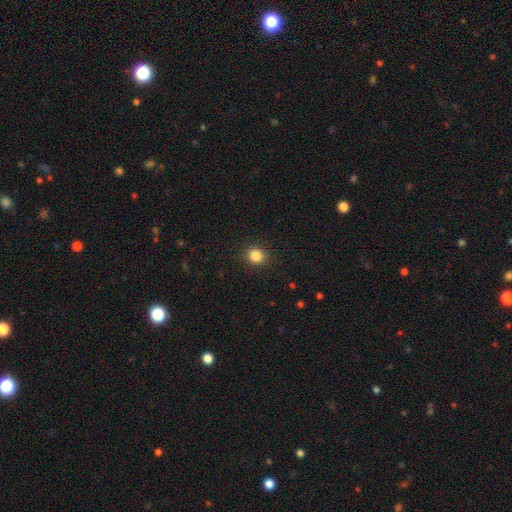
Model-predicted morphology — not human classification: smooth_or_featured: smooth (p=0.85) [alt: star or artifact p=0.11]
how_rounded: round (p=0.83) [alt: in between p=0.16]
merging: none (p=0.91) [alt: minor disturbance p=0.06]